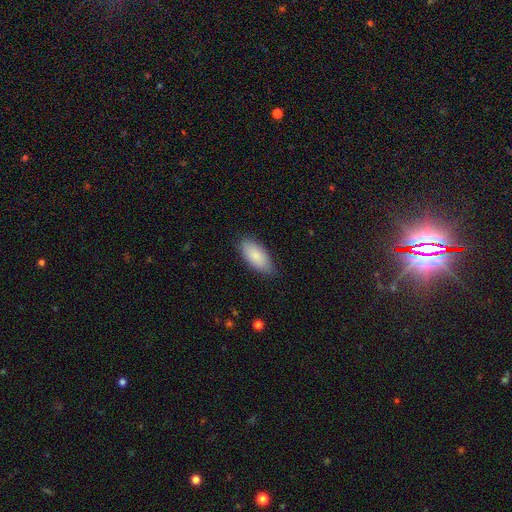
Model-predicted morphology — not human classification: Smooth or featured?
  - smooth: 86% *
  - featured or disk: 9%
  - star or artifact: 6%
How rounded?
  - in between: 90% *
  - cigar-shaped: 8%
  - round: 2%
Merging?
  - none: 79% *
  - minor disturbance: 17%
  - major disturbance: 3%
  - merger: 1%